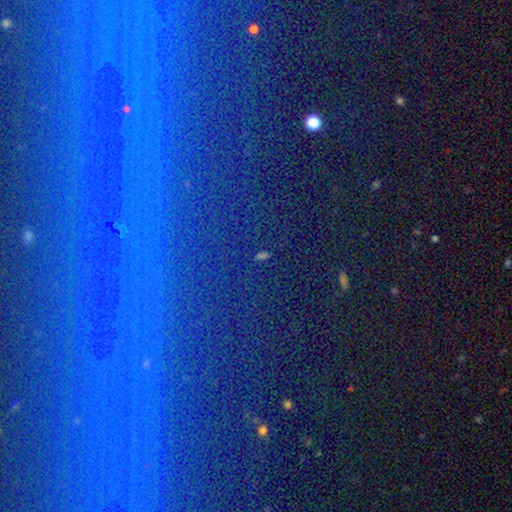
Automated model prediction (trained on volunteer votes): star or artifact 80%, smooth 11%, featured or disk 10%.